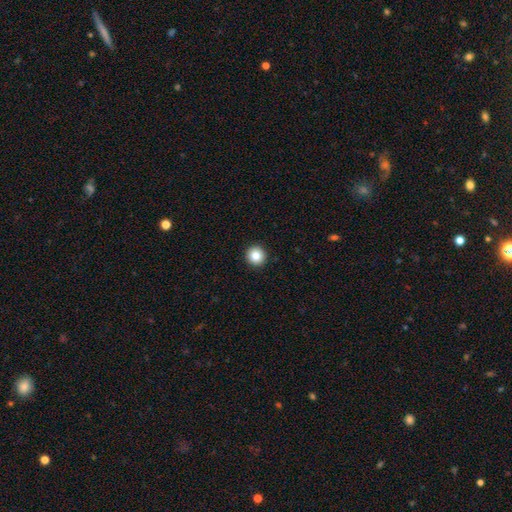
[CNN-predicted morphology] Smooth or featured? smooth (84%)
How rounded? round (96%)
Merging? none (94%)